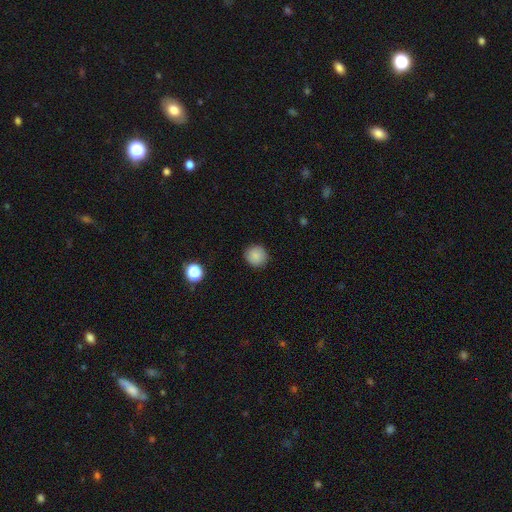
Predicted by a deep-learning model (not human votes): Morphology: type=smooth (86%); roundness=round (93%); merging=none (90%).